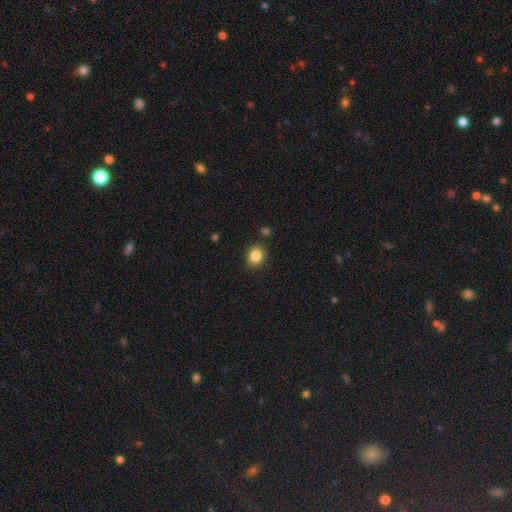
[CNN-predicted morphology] Smooth or featured? Predicted: smooth (p=0.85). How rounded? Predicted: round (p=0.59). Merging? Predicted: none (p=0.85).